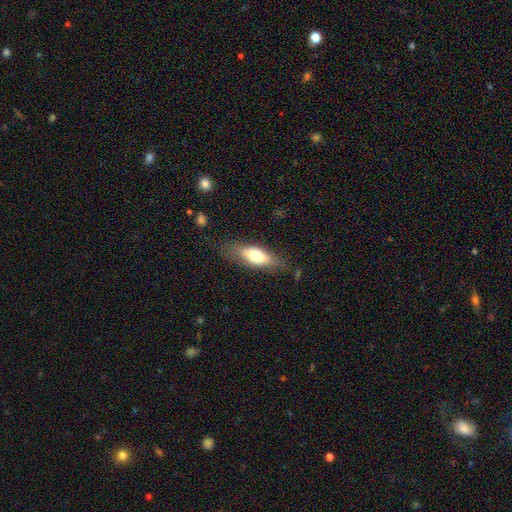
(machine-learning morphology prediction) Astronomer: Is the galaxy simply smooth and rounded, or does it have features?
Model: smooth — 66%.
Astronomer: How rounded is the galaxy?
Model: in between — 63%.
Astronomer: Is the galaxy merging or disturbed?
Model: none — 75%.